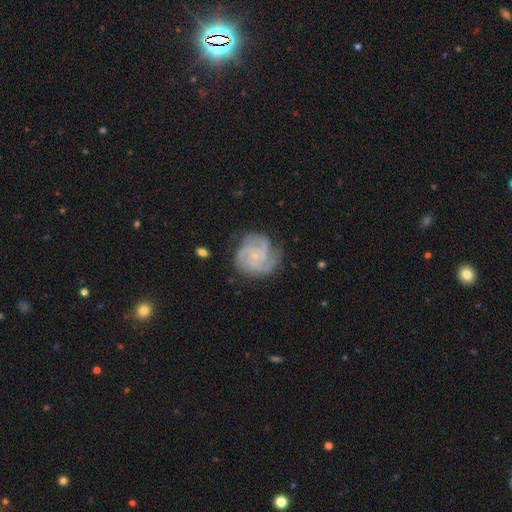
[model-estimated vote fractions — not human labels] Overall: featured or disk (87%). Edge-on disk: no (98%). Bar: no (77%). Spiral arms: yes (98%). Spiral arm count: 3 (55%; 4 17%). Spiral winding: tight (59%; medium 35%). Bulge size: small (81%). Merging: none (75%).